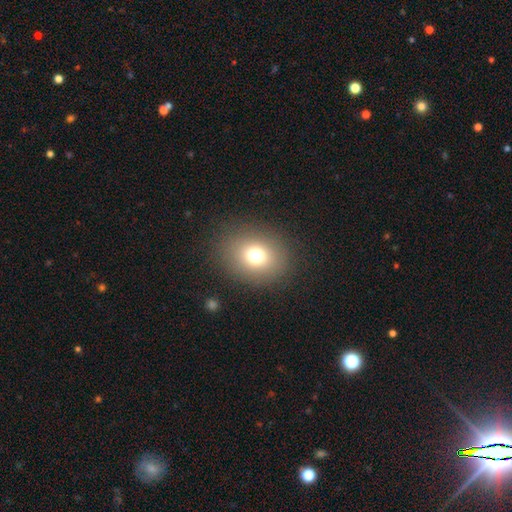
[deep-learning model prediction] Smooth or featured? Predicted: smooth (p=0.72). How rounded? Predicted: round (p=0.59). Merging? Predicted: none (p=0.86).